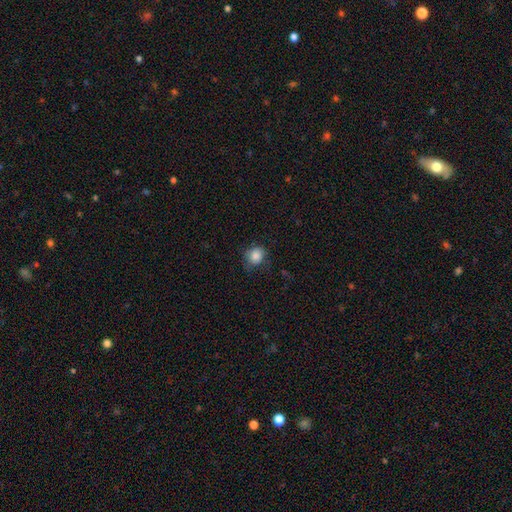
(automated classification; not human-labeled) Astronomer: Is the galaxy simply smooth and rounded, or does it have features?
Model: smooth — 84%.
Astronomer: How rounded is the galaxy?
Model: round — 77%.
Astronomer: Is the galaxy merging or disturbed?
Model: none — 69%.